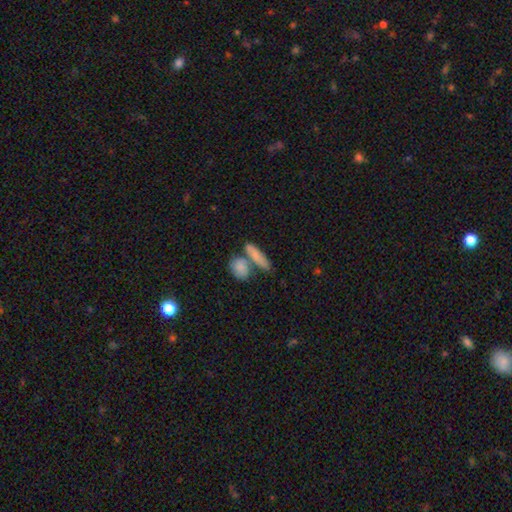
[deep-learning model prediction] The model was most divided on "how rounded": cigar-shaped: 47%, in between: 45%, round: 8%. Remaining: smooth or featured — smooth (75%); merging — none (47%).